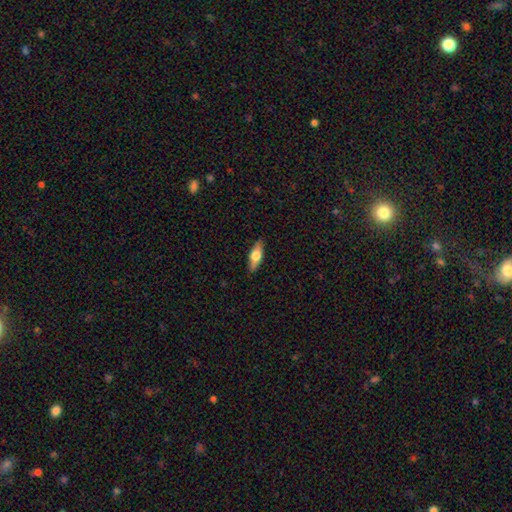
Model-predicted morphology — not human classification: type=smooth (53%); roundness=in between (59%); merging=none (88%).